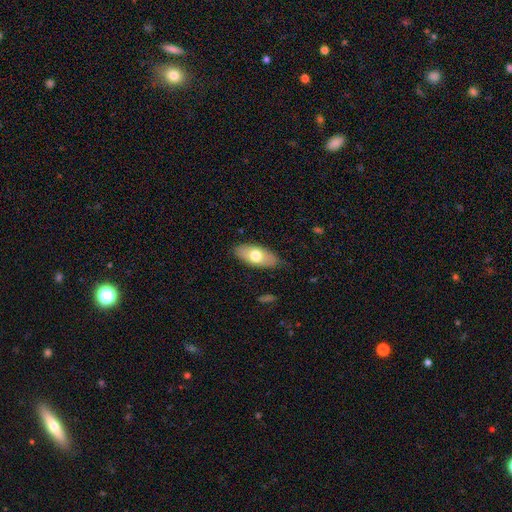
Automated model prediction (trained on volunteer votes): Q: Smooth or featured?
A: smooth (68%); runner-up: featured or disk (26%)
Q: How rounded?
A: in between (88%); runner-up: cigar-shaped (9%)
Q: Merging?
A: none (82%); runner-up: minor disturbance (14%)